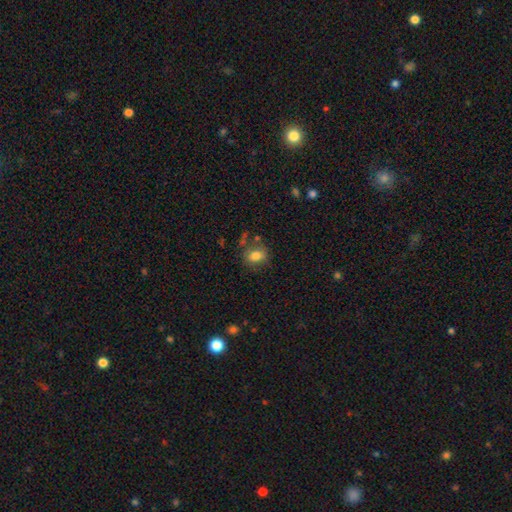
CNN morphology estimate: Overall: smooth (79%). How rounded: in between (51%; round 47%). Merging: none (69%).